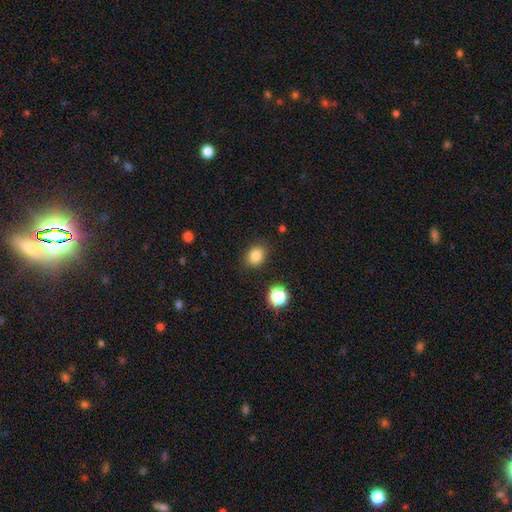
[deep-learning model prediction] Smooth or featured? Predicted: smooth (p=0.82). How rounded? Predicted: round (p=0.52). Merging? Predicted: none (p=0.85).